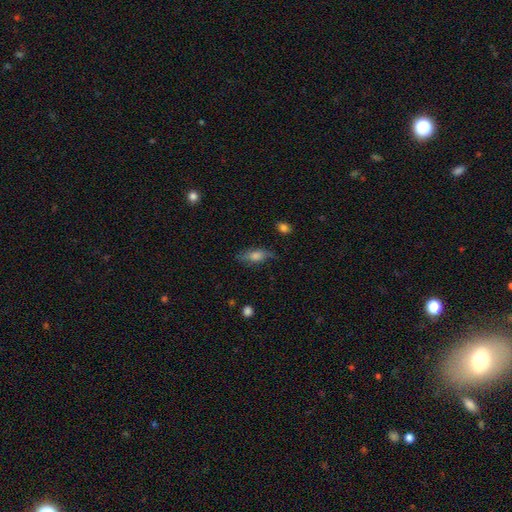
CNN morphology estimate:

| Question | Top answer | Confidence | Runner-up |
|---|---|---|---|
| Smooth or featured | smooth | 56% | featured or disk (34%) |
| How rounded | in between | 61% | cigar-shaped (34%) |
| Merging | none | 73% | minor disturbance (20%) |